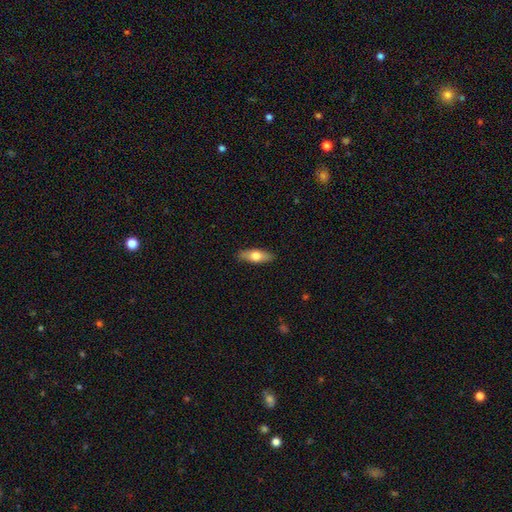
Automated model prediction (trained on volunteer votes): Q: Smooth or featured?
A: smooth (65%); runner-up: featured or disk (29%)
Q: How rounded?
A: in between (64%); runner-up: cigar-shaped (33%)
Q: Merging?
A: none (88%); runner-up: minor disturbance (9%)